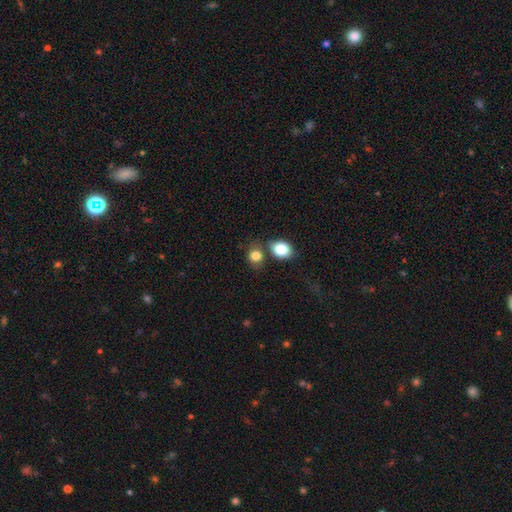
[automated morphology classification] The model was most divided on "how rounded": round: 61%, in between: 38%, cigar-shaped: 1%. More confident: smooth or featured — smooth (83%); merging — none (55%).